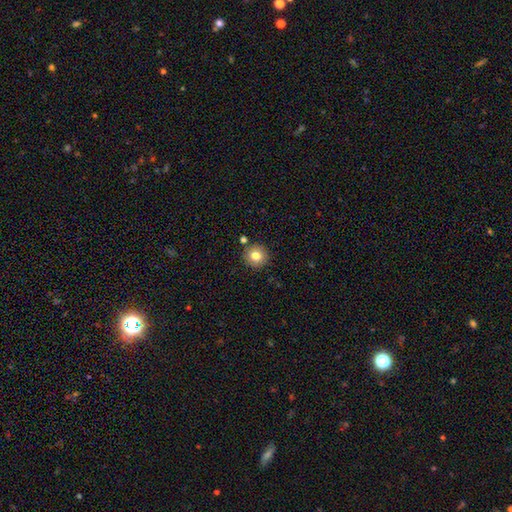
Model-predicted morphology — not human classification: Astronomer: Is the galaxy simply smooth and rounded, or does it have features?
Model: smooth — 81%.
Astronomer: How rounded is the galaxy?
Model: round — 94%.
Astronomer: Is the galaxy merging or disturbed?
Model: none — 87%.